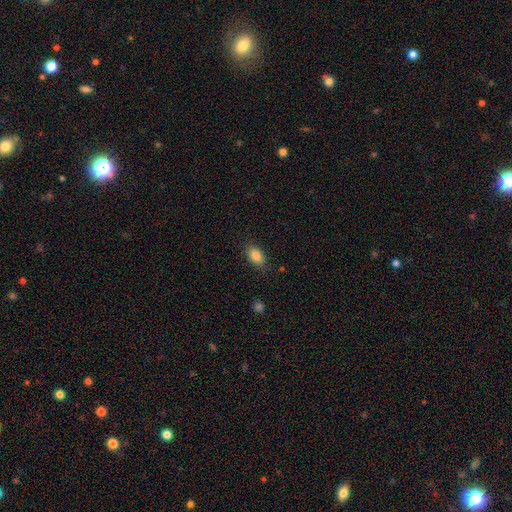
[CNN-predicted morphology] A smooth galaxy with no disk features (84%) that is in between round and cigar-shaped (88%). Merging: none (83%).